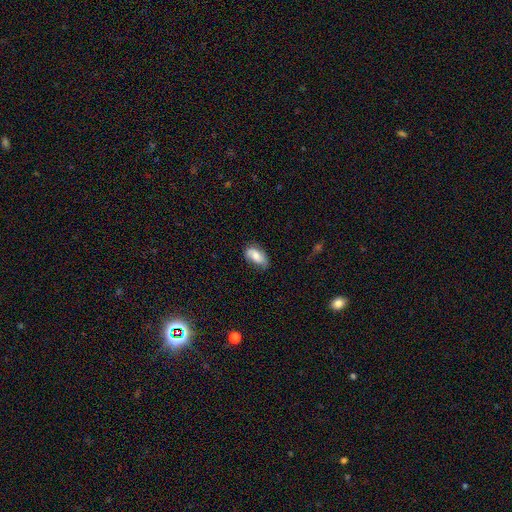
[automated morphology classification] The model was most divided on "merging": none: 60%, minor disturbance: 30%, major disturbance: 8%, merger: 2%. More confident: how rounded — in between (92%); smooth or featured — smooth (64%).